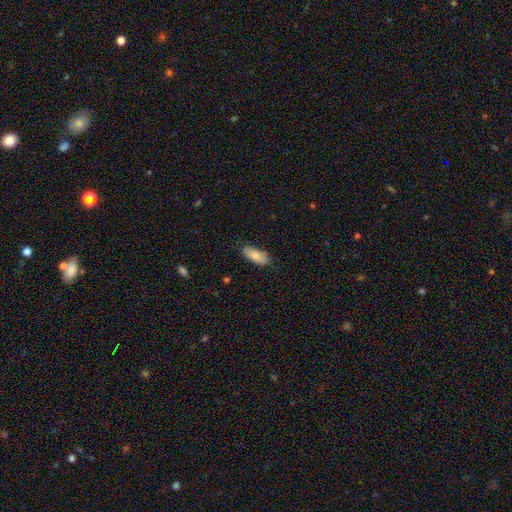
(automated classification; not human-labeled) This appears to be a smooth galaxy with no disk features (82%) that is in between round and cigar-shaped (83%). Merging: none (81%).